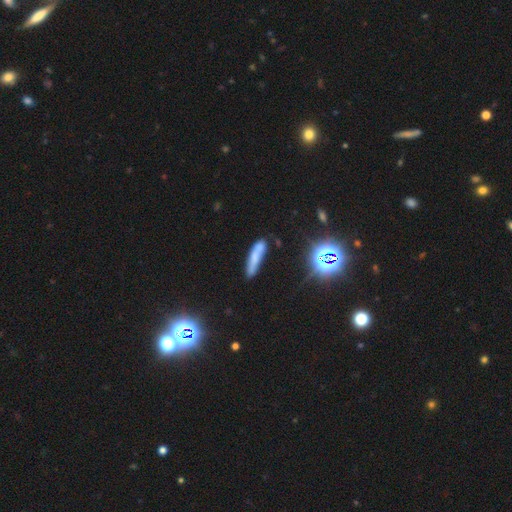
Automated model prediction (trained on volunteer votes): Morphology: type=smooth (61%); roundness=cigar-shaped (84%); merging=none (62%).